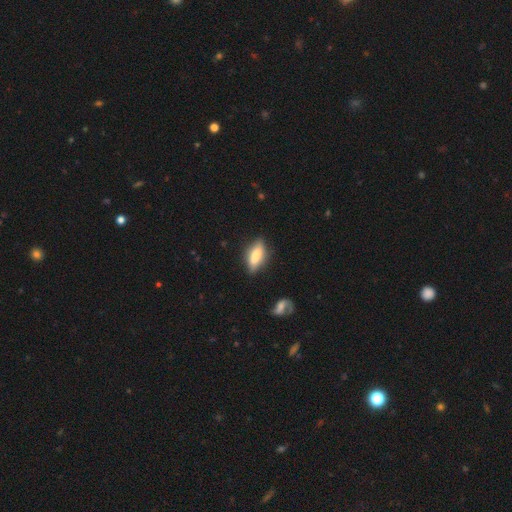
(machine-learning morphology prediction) A smooth galaxy with no disk features (65%) that is in between round and cigar-shaped (62%).

Vote fractions:
- Smooth or featured? smooth: 65% / featured or disk: 28% / star or artifact: 7%
- How rounded? in between: 62% / cigar-shaped: 35% / round: 3%
- Merging? none: 77% / minor disturbance: 17% / major disturbance: 4% / merger: 3%